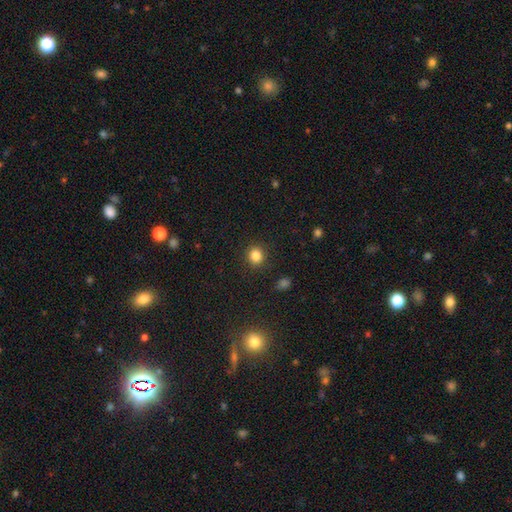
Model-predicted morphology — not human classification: A smooth galaxy with no disk features (84%) that is round (84%).

Vote fractions:
- Smooth or featured? smooth: 84% / star or artifact: 12% / featured or disk: 4%
- How rounded? round: 84% / in between: 15% / cigar-shaped: 1%
- Merging? none: 90% / minor disturbance: 7% / major disturbance: 2% / merger: 1%